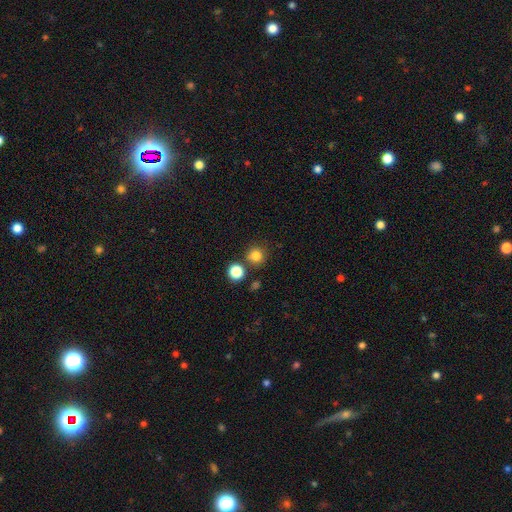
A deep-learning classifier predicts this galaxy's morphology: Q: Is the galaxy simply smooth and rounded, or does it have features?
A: smooth — 80%.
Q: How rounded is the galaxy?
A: round — 93%.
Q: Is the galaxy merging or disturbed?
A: none — 80%.